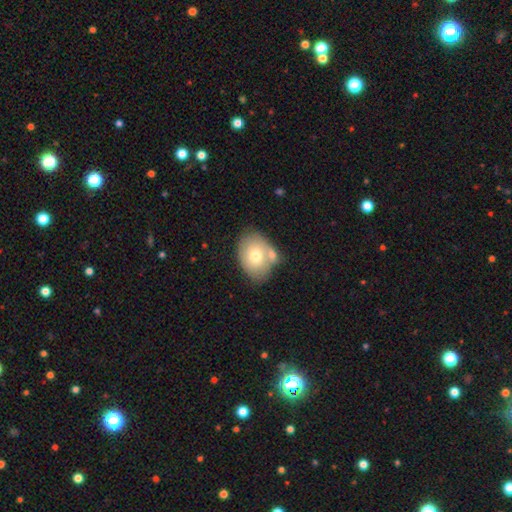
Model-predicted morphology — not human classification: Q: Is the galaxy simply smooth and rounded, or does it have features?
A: smooth — 68%.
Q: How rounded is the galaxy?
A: in between — 70%.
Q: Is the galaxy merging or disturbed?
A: none — 50%.